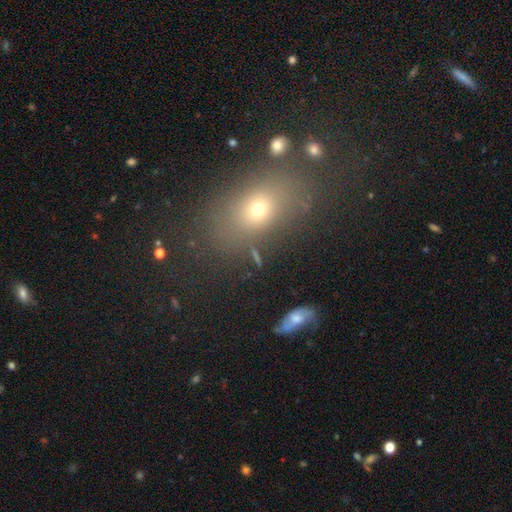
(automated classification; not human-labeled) smooth_or_featured: smooth (p=0.58) [alt: star or artifact p=0.25]
how_rounded: in between (p=0.62) [alt: round p=0.33]
merging: none (p=0.70) [alt: minor disturbance p=0.14]